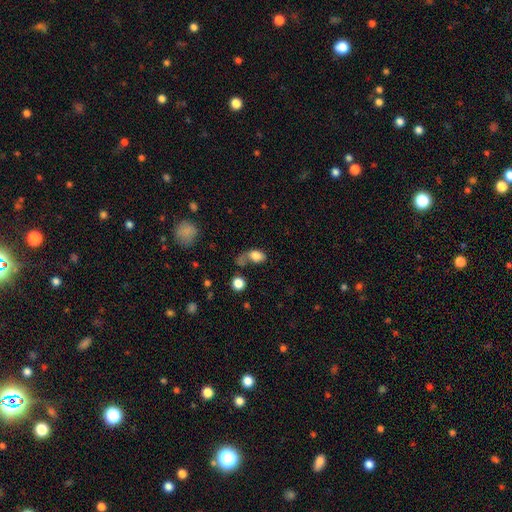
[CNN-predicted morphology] The model was most divided on "merging": none: 32%, major disturbance: 27%, minor disturbance: 22%, merger: 19%. More confident: how rounded — in between (79%); smooth or featured — smooth (78%).